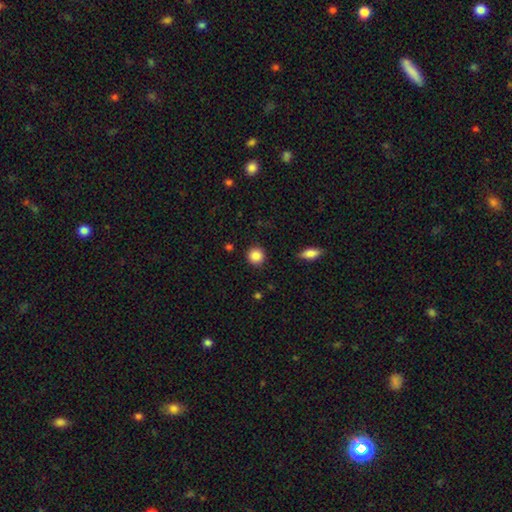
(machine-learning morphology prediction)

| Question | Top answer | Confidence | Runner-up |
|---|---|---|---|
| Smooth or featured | smooth | 87% | star or artifact (9%) |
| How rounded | round | 92% | in between (7%) |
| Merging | none | 90% | minor disturbance (6%) |